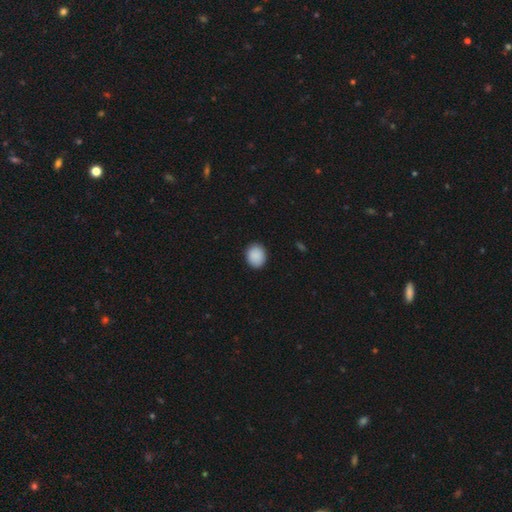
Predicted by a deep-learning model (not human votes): Smooth or featured: smooth — 90% (star or artifact — 8%)
How rounded: round — 66% (in between — 33%)
Merging: none — 90% (minor disturbance — 7%)